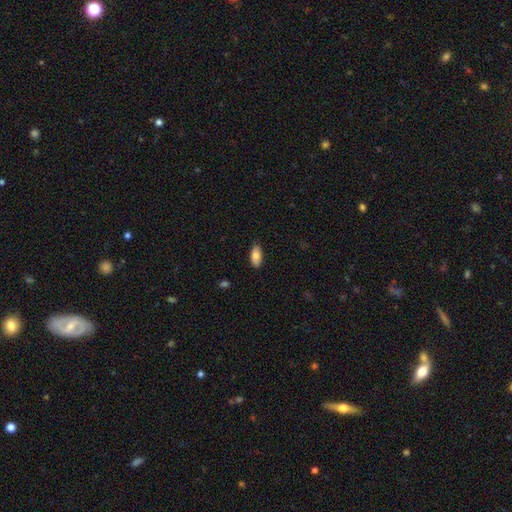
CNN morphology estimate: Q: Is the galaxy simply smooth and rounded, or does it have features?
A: smooth — 78%.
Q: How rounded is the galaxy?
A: in between — 91%.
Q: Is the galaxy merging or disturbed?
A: none — 85%.